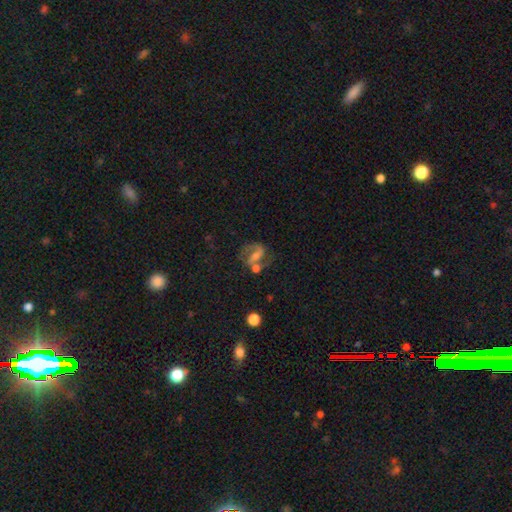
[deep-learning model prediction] Smooth or featured?
  - featured or disk: 69% *
  - smooth: 19%
  - star or artifact: 13%
Edge-on disk?
  - no: 96% *
  - yes: 4%
Bar?
  - weak: 41% *
  - strong: 36%
  - no: 23%
Spiral arms?
  - yes: 86% *
  - no: 14%
Spiral winding?
  - medium: 48% *
  - loose: 35%
  - tight: 17%
Spiral arm count?
  - 2: 83% *
  - 1: 8%
  - can't tell: 6%
  - 3: 1%
  - 4: 1%
  - more than 4: 1%
Bulge size?
  - small: 40% *
  - moderate: 36%
  - none: 15%
  - large: 6%
  - dominant: 2%
Merging?
  - none: 49% *
  - merger: 19%
  - minor disturbance: 17%
  - major disturbance: 15%